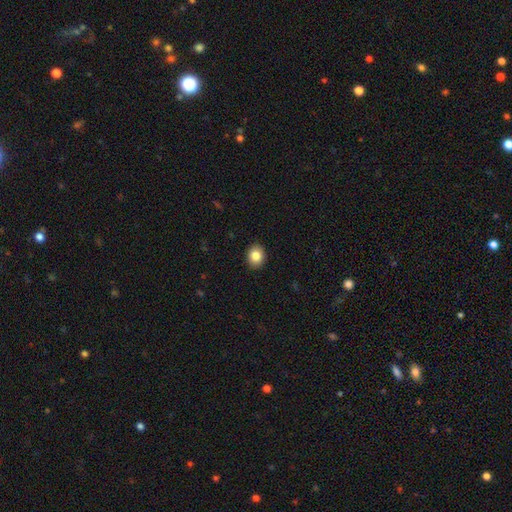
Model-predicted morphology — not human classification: Smooth or featured? Predicted: smooth (p=0.84). How rounded? Predicted: in between (p=0.50). Merging? Predicted: none (p=0.91).